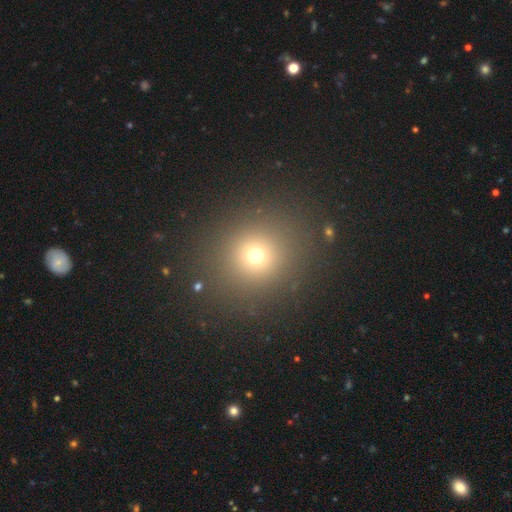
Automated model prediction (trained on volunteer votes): smooth-or-featured: smooth: 68% | star or artifact: 22% | featured or disk: 9%
  how-rounded: round: 90% | in between: 9% | cigar-shaped: 1%
  merging: none: 87% | minor disturbance: 7% | major disturbance: 4% | merger: 2%